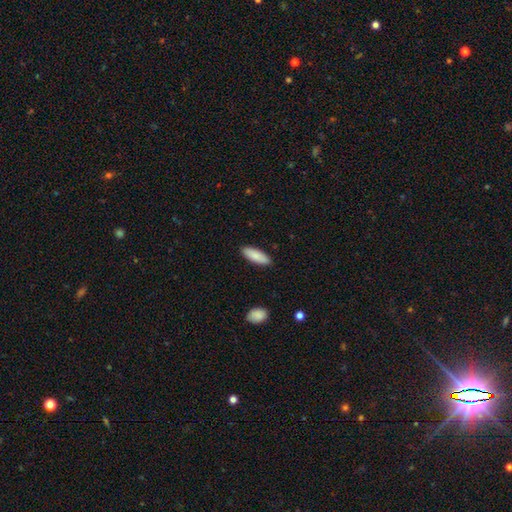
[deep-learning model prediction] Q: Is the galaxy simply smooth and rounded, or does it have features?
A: smooth — 87%.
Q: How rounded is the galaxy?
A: in between — 63%.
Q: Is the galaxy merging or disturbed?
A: none — 89%.